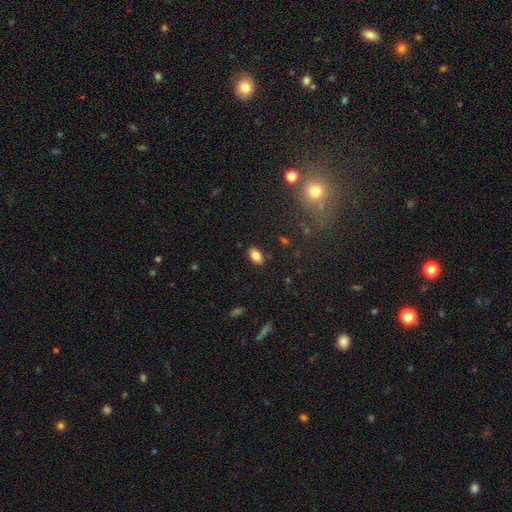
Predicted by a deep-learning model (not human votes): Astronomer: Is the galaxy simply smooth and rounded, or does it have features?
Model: smooth — 83%.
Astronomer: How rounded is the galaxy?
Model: in between — 89%.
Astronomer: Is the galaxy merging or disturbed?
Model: none — 86%.